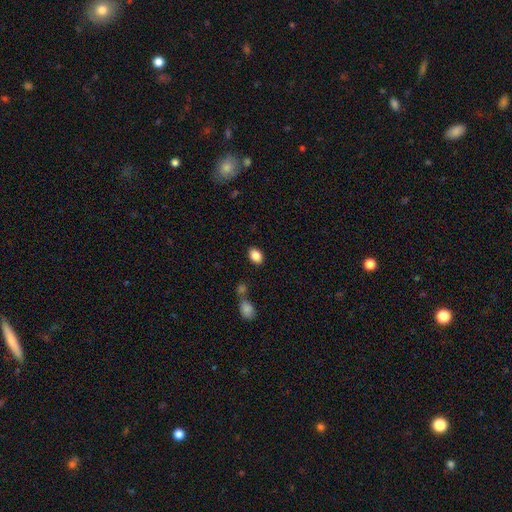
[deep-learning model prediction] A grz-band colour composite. It shows a smooth galaxy with no disk features (85%) that is in between round and cigar-shaped (83%). Merging: none (83%).